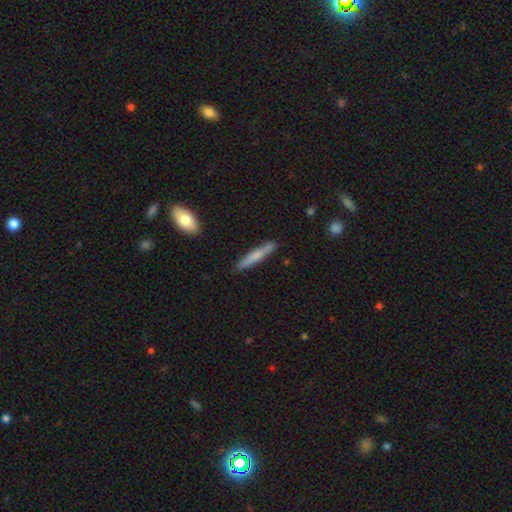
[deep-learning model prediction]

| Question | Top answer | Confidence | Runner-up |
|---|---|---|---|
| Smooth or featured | smooth | 64% | featured or disk (31%) |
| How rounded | cigar-shaped | 94% | in between (5%) |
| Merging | none | 87% | minor disturbance (9%) |